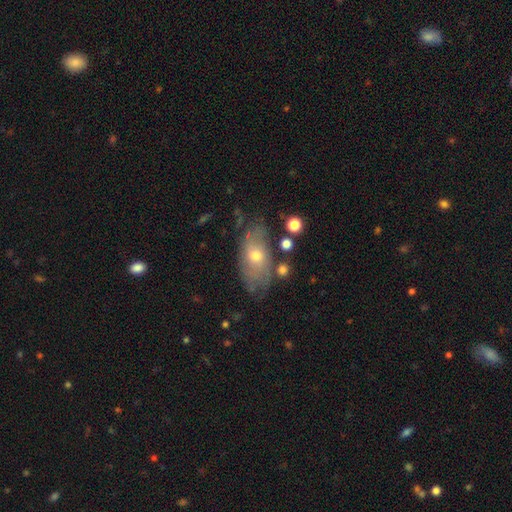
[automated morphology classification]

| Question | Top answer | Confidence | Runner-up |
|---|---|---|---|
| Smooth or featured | featured or disk | 50% | smooth (38%) |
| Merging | none | 65% | minor disturbance (22%) |